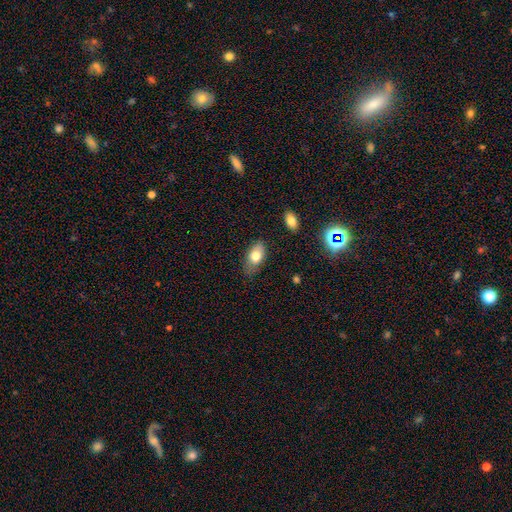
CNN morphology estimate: smooth-or-featured: smooth: 75% | featured or disk: 16% | star or artifact: 9%
  how-rounded: in between: 87% | round: 9% | cigar-shaped: 4%
  merging: none: 73% | minor disturbance: 21% | major disturbance: 4% | merger: 2%